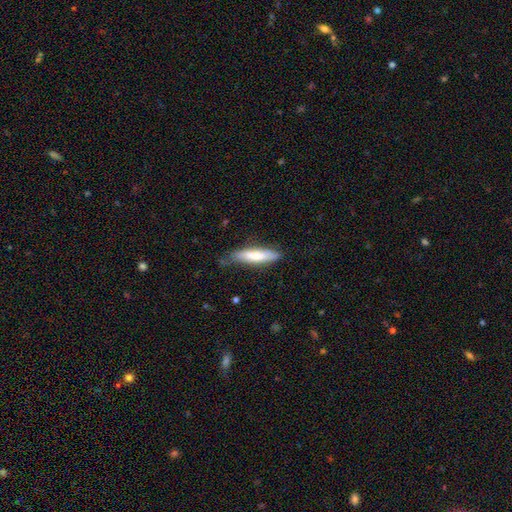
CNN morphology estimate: This appears to be a smooth galaxy with no disk features (71%) that is cigar-shaped (72%). Merging: none (67%).